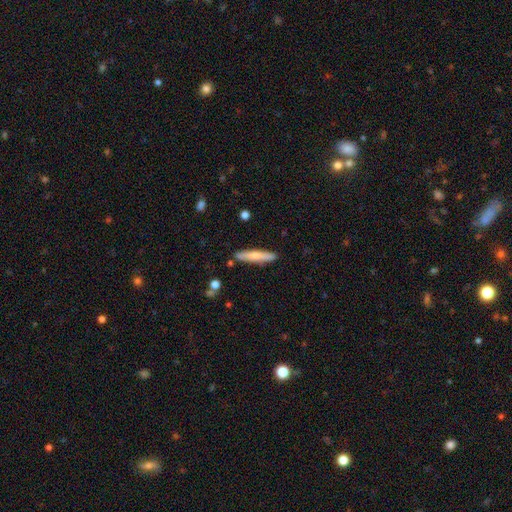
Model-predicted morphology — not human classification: Smooth or featured: smooth — 66% (featured or disk — 28%)
How rounded: cigar-shaped — 91% (in between — 7%)
Merging: none — 87% (minor disturbance — 9%)